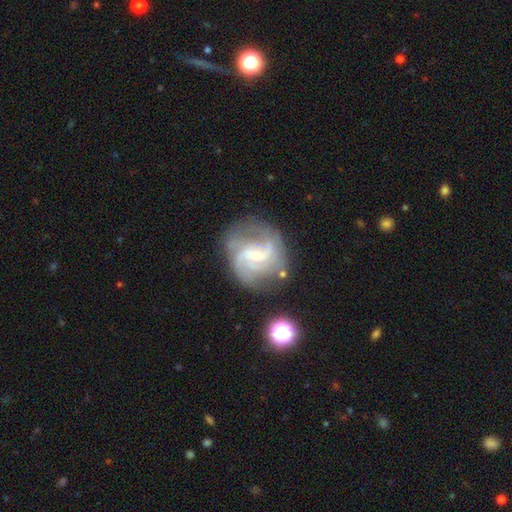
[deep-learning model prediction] A featured or disk galaxy (84%) with a weak bar (54%), 2 (37%) medium (49%) spiral arms (95%) and a small central bulge (65%).

Vote fractions:
- Smooth or featured? featured or disk: 84% / smooth: 8% / star or artifact: 7%
- Edge-on disk? no: 98% / yes: 2%
- Bar? weak: 54% / no: 29% / strong: 17%
- Spiral arms? yes: 95% / no: 5%
- Spiral winding? medium: 49% / tight: 26% / loose: 24%
- Spiral arm count? 2: 37% / 3: 26% / can't tell: 19% / 4: 9% / 1: 5% / more than 4: 5%
- Bulge size? small: 65% / moderate: 26% / none: 6% / large: 2% / dominant: 1%
- Merging? none: 64% / minor disturbance: 19% / major disturbance: 13% / merger: 4%